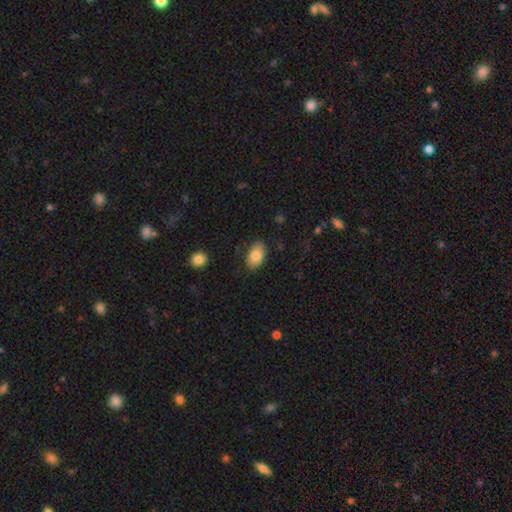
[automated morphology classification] smooth_or_featured: smooth (p=0.83) [alt: featured or disk p=0.10]
how_rounded: in between (p=0.92) [alt: round p=0.07]
merging: none (p=0.82) [alt: minor disturbance p=0.14]